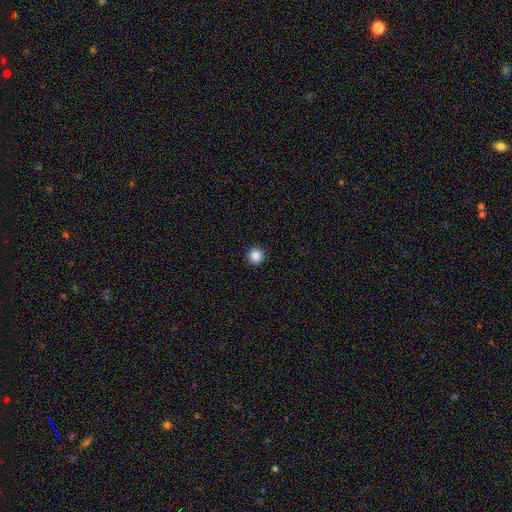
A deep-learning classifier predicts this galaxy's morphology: smooth_or_featured: smooth (p=0.87) [alt: star or artifact p=0.10]
how_rounded: round (p=0.96) [alt: in between p=0.03]
merging: none (p=0.94) [alt: minor disturbance p=0.04]